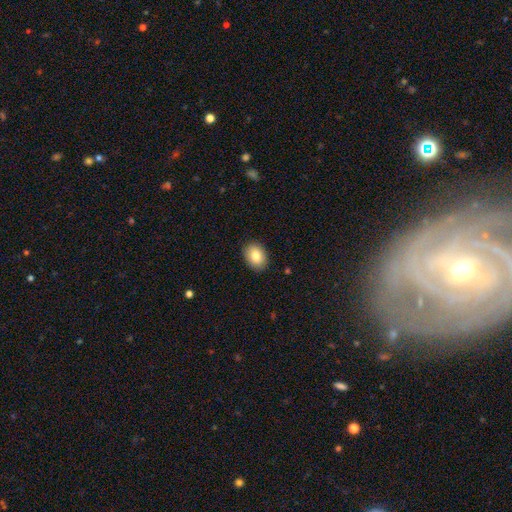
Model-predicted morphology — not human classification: The model was most divided on "how rounded": in between: 68%, round: 31%, cigar-shaped: 1%. More confident: merging — none (88%); smooth or featured — smooth (84%).